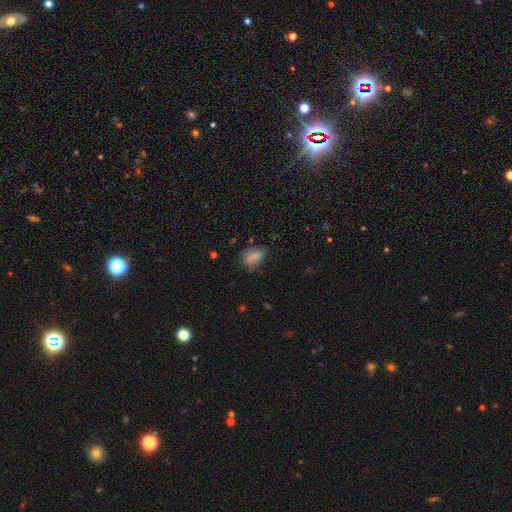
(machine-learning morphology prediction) Smooth or featured? smooth (77%)
How rounded? in between (82%)
Merging? none (64%)